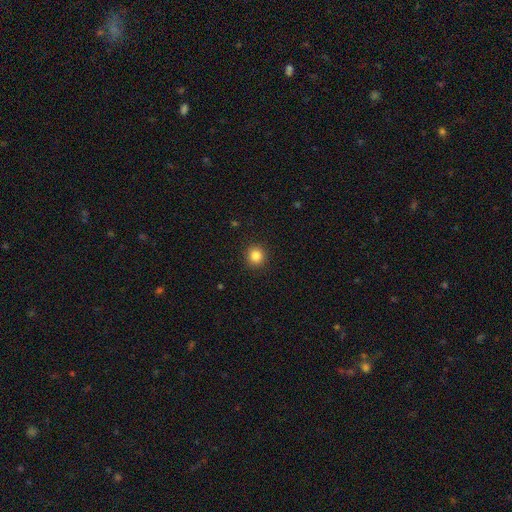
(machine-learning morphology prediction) Overall: smooth (85%). How rounded: round (92%). Merging: none (92%).